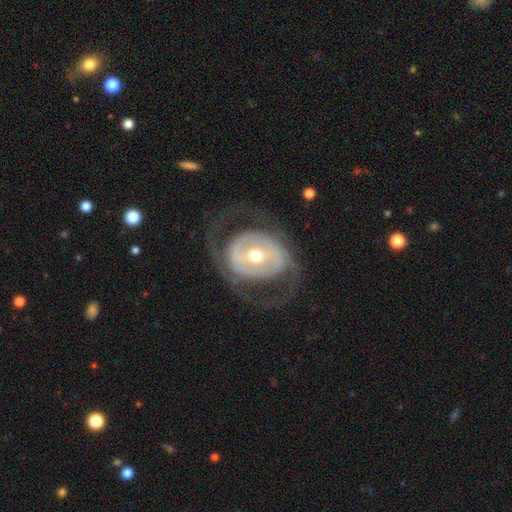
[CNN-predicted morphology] Smooth or featured?
  - featured or disk: 81% *
  - smooth: 14%
  - star or artifact: 5%
Edge-on disk?
  - no: 96% *
  - yes: 4%
Bar?
  - weak: 34% * (tied)
  - no: 34% * (tied)
  - strong: 32%
Spiral arms?
  - yes: 65% *
  - no: 35%
Spiral winding?
  - medium: 40% *
  - tight: 35%
  - loose: 25%
Spiral arm count?
  - 2: 74% *
  - can't tell: 15%
  - 1: 4%
  - 3: 3%
  - 4: 2%
  - more than 4: 1%
Bulge size?
  - moderate: 64% *
  - small: 29%
  - large: 5%
  - dominant: 1%
  - none: 1%
Merging?
  - none: 67% *
  - major disturbance: 19%
  - minor disturbance: 12%
  - merger: 1%